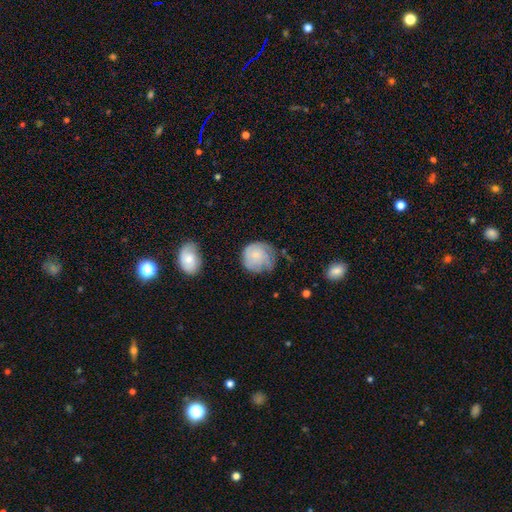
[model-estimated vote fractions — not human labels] The model was most divided on "merging": none: 51%, minor disturbance: 30%, major disturbance: 16%, merger: 3%. More confident: how rounded — round (85%); smooth or featured — smooth (56%).